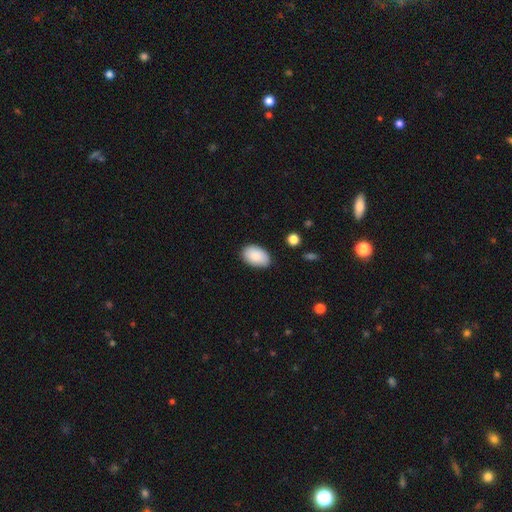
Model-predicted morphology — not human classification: smooth-or-featured: smooth: 88% | star or artifact: 6% | featured or disk: 6%
  how-rounded: in between: 93% | round: 6% | cigar-shaped: 1%
  merging: none: 85% | minor disturbance: 12% | major disturbance: 2% | merger: 1%